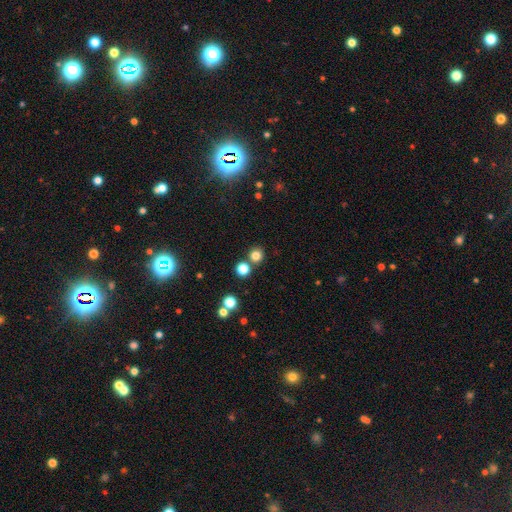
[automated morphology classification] smooth 79%, star or artifact 16%, featured or disk 5%. Down the decision tree: how rounded — round (91%); merging — none (79%).